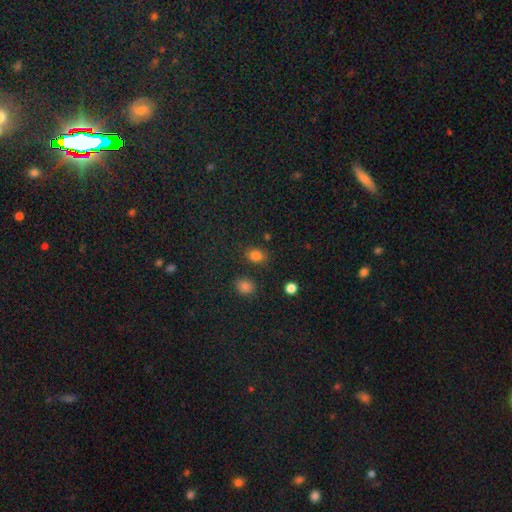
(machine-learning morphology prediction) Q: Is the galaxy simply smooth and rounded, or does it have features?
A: smooth — 82%.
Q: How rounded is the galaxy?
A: in between — 63%.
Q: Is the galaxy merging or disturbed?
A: none — 81%.